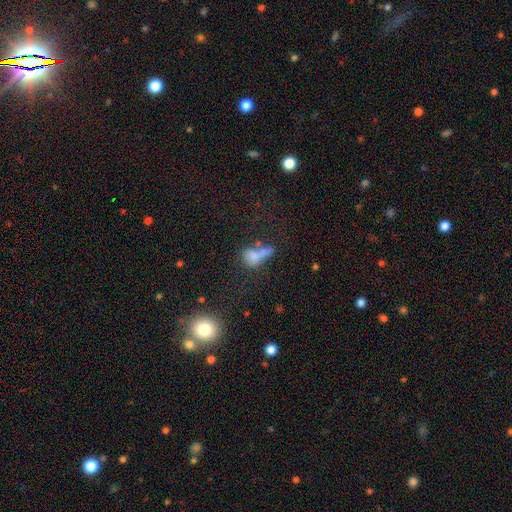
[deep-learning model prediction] Smooth or featured?
  - smooth: 68% *
  - featured or disk: 17%
  - star or artifact: 15%
How rounded?
  - in between: 61% *
  - round: 27%
  - cigar-shaped: 12%
Merging?
  - merger: 45% *
  - none: 24%
  - major disturbance: 18%
  - minor disturbance: 14%